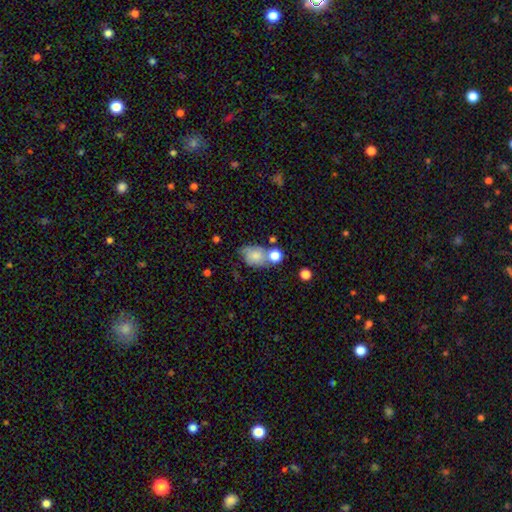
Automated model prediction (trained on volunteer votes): The model was most divided on "merging": none: 39%, merger: 29%, minor disturbance: 22%, major disturbance: 10%. More confident: smooth or featured — smooth (70%); how rounded — in between (60%).